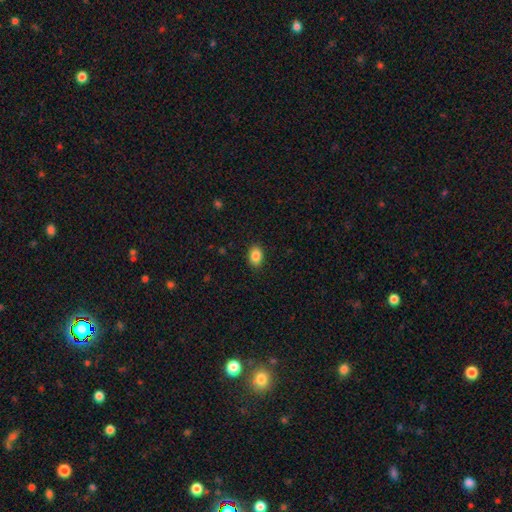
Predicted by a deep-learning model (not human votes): Smooth or featured?
  - smooth: 86% *
  - star or artifact: 9%
  - featured or disk: 5%
How rounded?
  - in between: 78% *
  - round: 21%
  - cigar-shaped: 1%
Merging?
  - none: 89% *
  - minor disturbance: 8%
  - major disturbance: 2%
  - merger: 1%